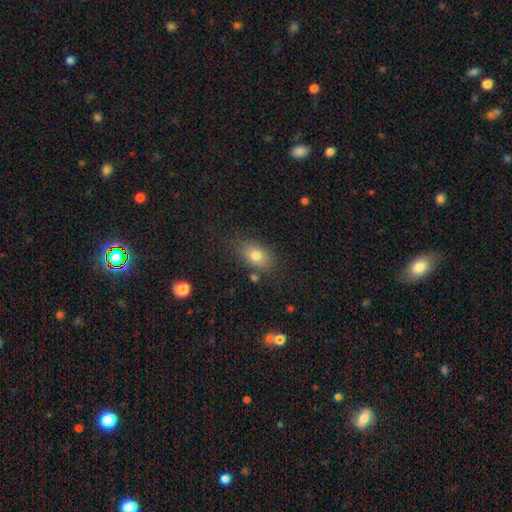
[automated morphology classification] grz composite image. It shows a smooth galaxy with no disk features (78%) that is in between round and cigar-shaped (81%). Merging: none (75%).